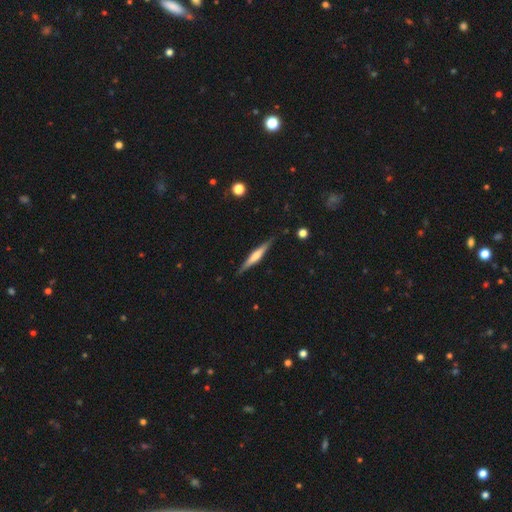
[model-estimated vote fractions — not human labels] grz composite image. It shows a featured or disk galaxy (63%) viewed edge-on (97%) with a rounded central bulge (66%). Merging: none (88%).